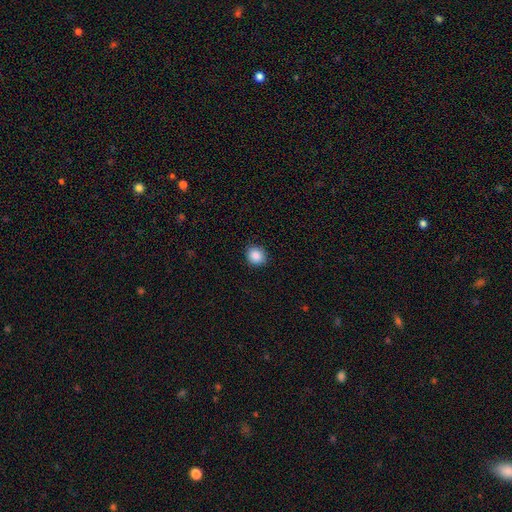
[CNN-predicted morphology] Smooth or featured: smooth — 88% (star or artifact — 9%)
How rounded: round — 79% (in between — 20%)
Merging: none — 88% (minor disturbance — 9%)